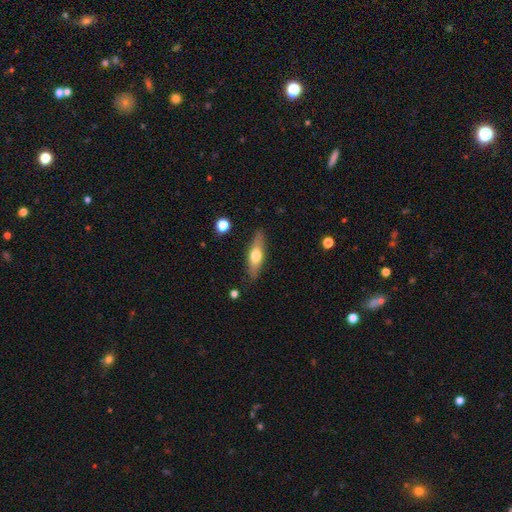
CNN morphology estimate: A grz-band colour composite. It shows a smooth galaxy with no disk features (50%) that is cigar-shaped (61%). Merging: none (84%).